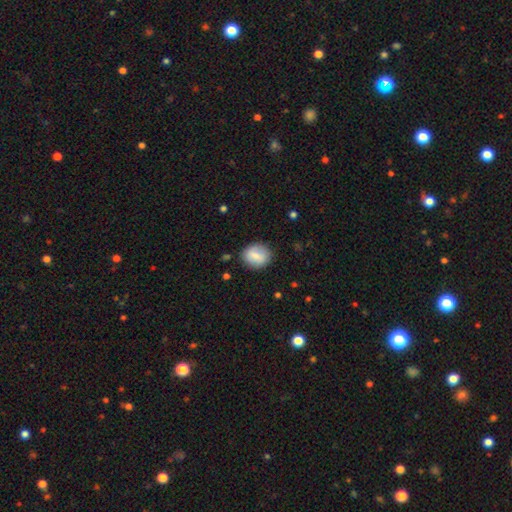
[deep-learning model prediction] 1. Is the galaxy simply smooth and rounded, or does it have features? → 75% smooth, 18% featured or disk, 7% star or artifact.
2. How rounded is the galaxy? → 63% round, 36% in between, 1% cigar-shaped.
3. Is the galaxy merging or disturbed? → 83% none, 12% minor disturbance, 4% major disturbance, 2% merger.